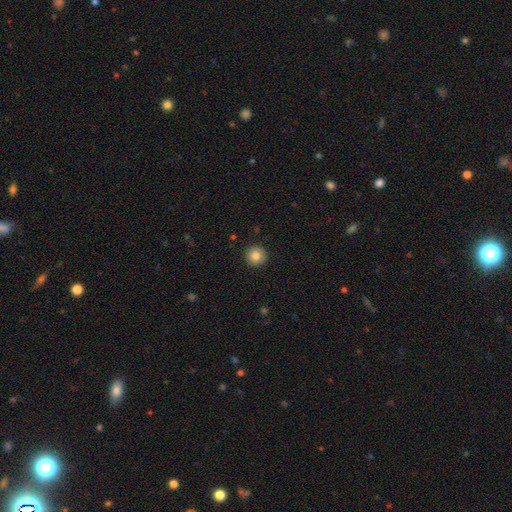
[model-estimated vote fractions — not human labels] Smooth or featured: smooth — 84% (star or artifact — 9%)
How rounded: round — 96% (in between — 3%)
Merging: none — 92% (minor disturbance — 5%)